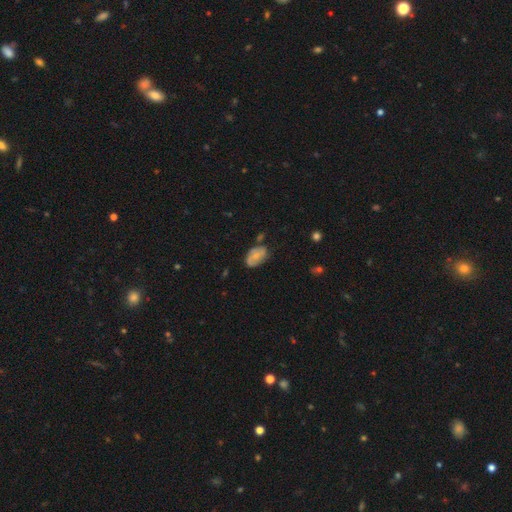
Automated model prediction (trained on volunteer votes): Overall: smooth (54%; featured or disk 38%). How rounded: in between (90%). Merging: none (58%; minor disturbance 29%).